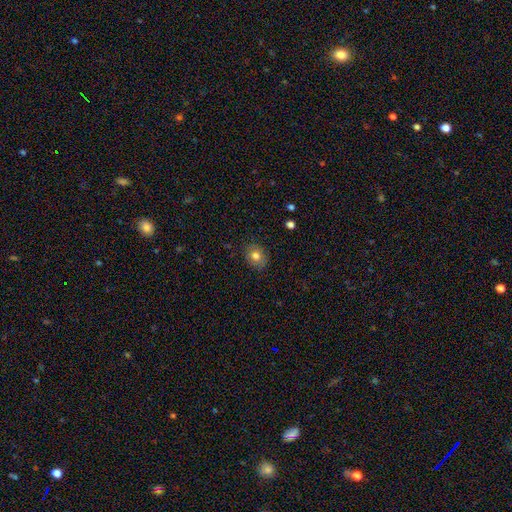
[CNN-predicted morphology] Overall: smooth (79%). How rounded: round (60%; in between 39%). Merging: none (86%).